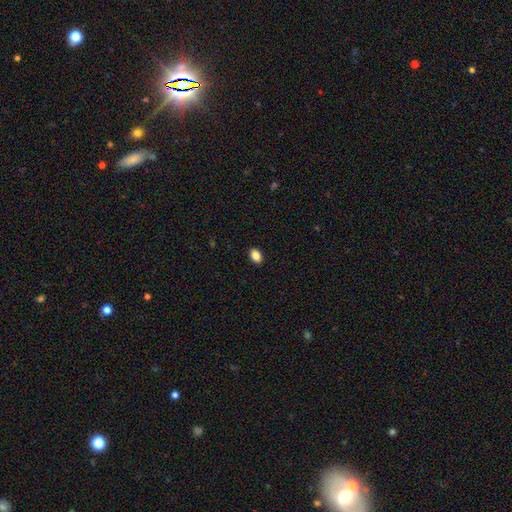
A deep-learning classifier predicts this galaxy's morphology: Smooth or featured? smooth (87%)
How rounded? in between (80%)
Merging? none (90%)